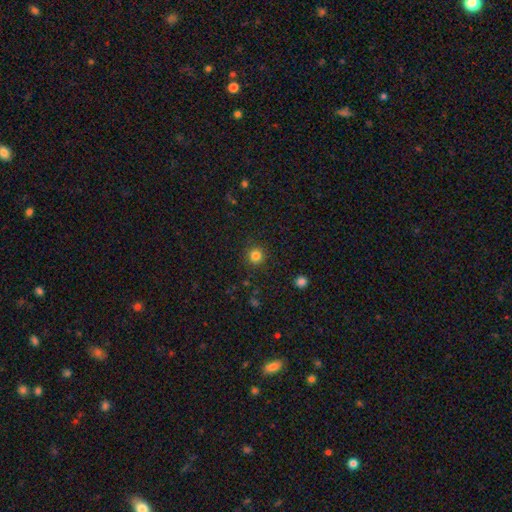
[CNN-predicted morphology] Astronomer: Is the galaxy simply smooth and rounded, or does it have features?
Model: smooth — 82%.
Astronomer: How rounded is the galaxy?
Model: round — 95%.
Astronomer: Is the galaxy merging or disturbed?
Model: none — 91%.